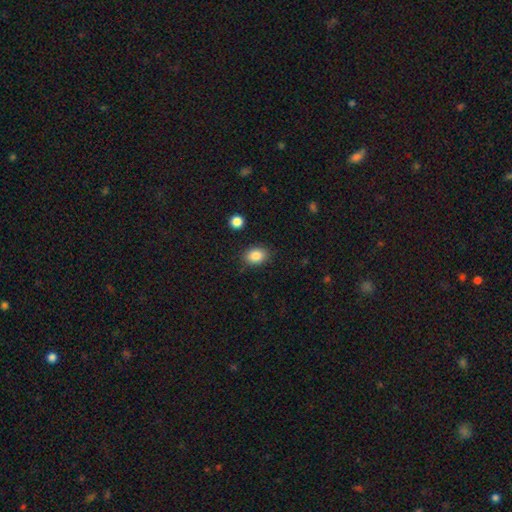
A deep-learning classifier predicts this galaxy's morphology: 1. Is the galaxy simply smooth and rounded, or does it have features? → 86% smooth, 9% star or artifact, 6% featured or disk.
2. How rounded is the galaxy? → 72% in between, 27% round, 1% cigar-shaped.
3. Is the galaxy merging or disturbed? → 86% none, 10% minor disturbance, 3% major disturbance, 2% merger.